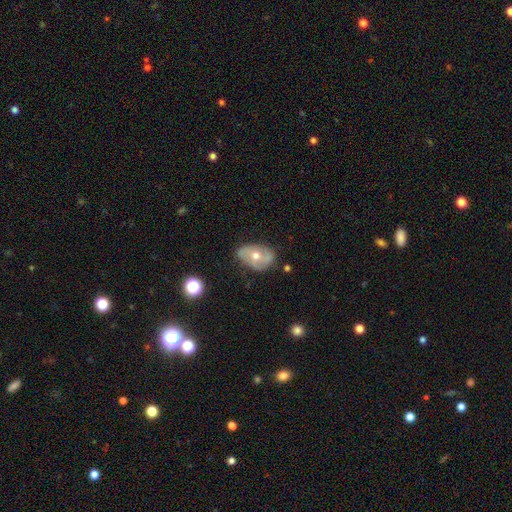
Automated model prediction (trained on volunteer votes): Smooth or featured? featured or disk (58%)
Edge-on disk? no (93%)
Bar? no (71%)
Spiral arms? yes (61%)
Bulge size? moderate (71%)
Merging? none (67%)